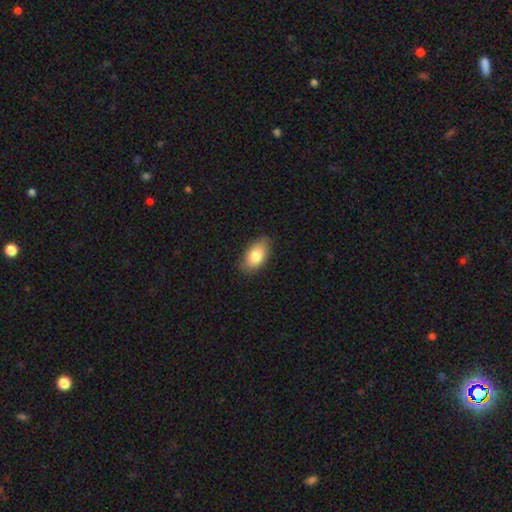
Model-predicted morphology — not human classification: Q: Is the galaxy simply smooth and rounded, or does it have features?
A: smooth — 81%.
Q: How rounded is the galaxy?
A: in between — 92%.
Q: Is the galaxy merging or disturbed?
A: none — 84%.